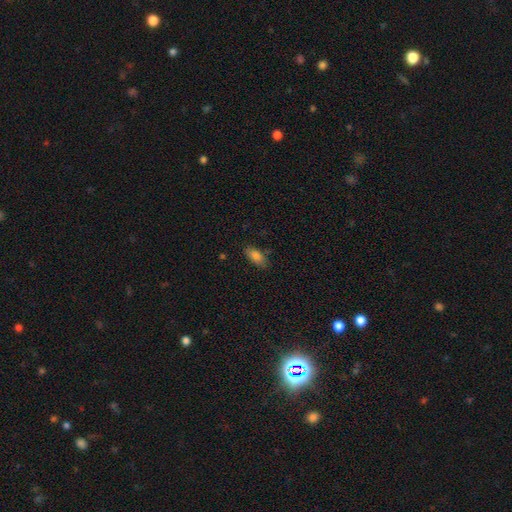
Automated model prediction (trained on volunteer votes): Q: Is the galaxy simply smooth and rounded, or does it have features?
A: smooth — 83%.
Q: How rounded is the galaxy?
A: in between — 86%.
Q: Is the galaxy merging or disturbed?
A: none — 78%.